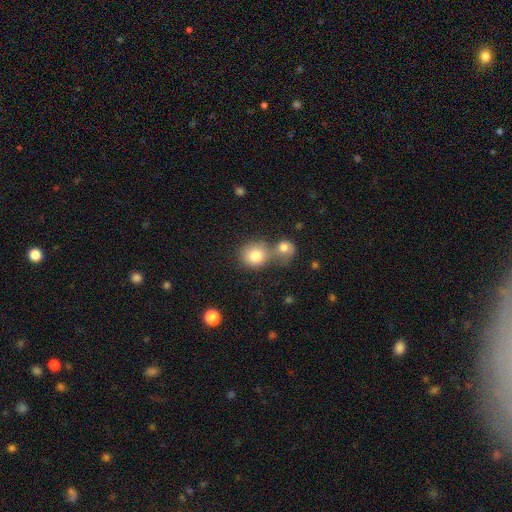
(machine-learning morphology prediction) A smooth galaxy with no disk features (80%) that is round (82%). Merging: merger (52%).